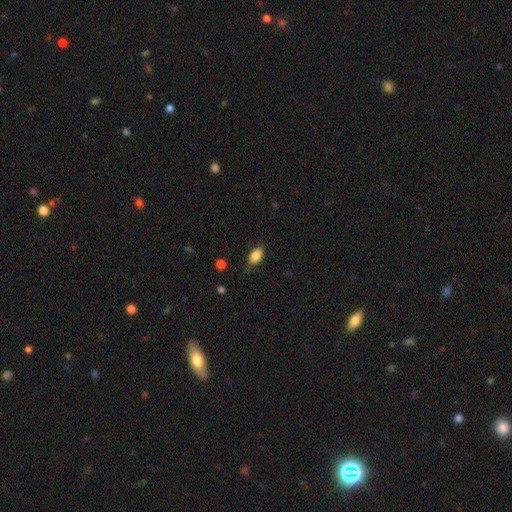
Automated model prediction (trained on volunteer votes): Smooth or featured?
  - smooth: 85% *
  - star or artifact: 8%
  - featured or disk: 7%
How rounded?
  - in between: 88% *
  - round: 8%
  - cigar-shaped: 4%
Merging?
  - none: 71% *
  - minor disturbance: 23%
  - major disturbance: 4%
  - merger: 1%